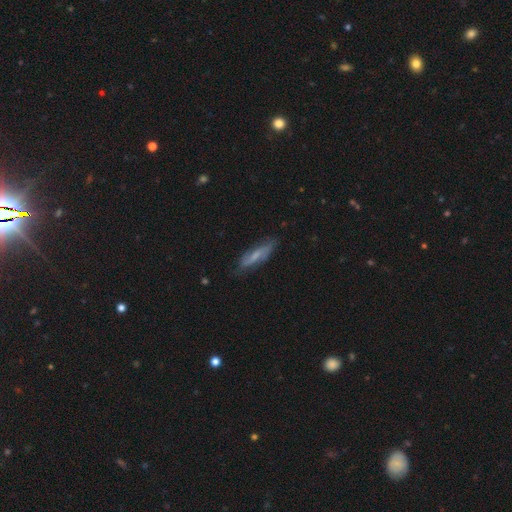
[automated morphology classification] smooth-or-featured: featured or disk: 48% | smooth: 44% | star or artifact: 8%
  merging: none: 70% | minor disturbance: 22% | major disturbance: 6% | merger: 2%